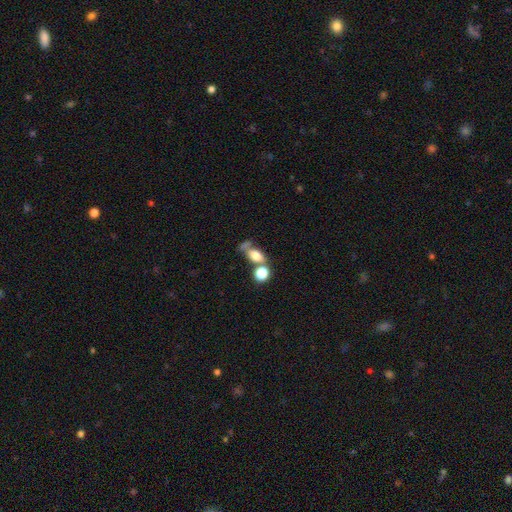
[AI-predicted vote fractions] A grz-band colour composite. It shows a smooth galaxy with no disk features (73%) that is in between round and cigar-shaped (70%). Merging: merger (40%).